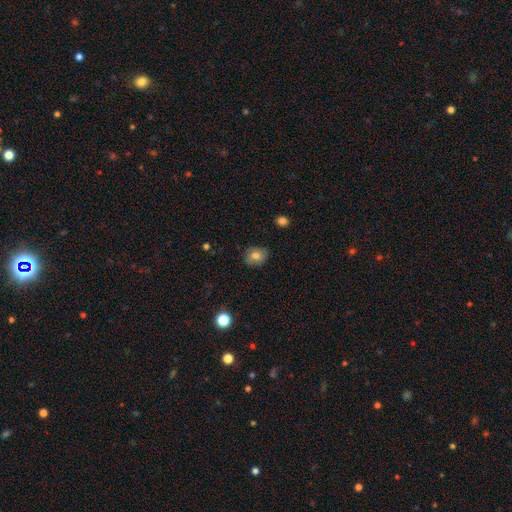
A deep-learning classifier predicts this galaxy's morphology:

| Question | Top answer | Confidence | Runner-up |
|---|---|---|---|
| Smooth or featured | smooth | 73% | featured or disk (17%) |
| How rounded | round | 54% | in between (45%) |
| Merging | none | 80% | minor disturbance (16%) |